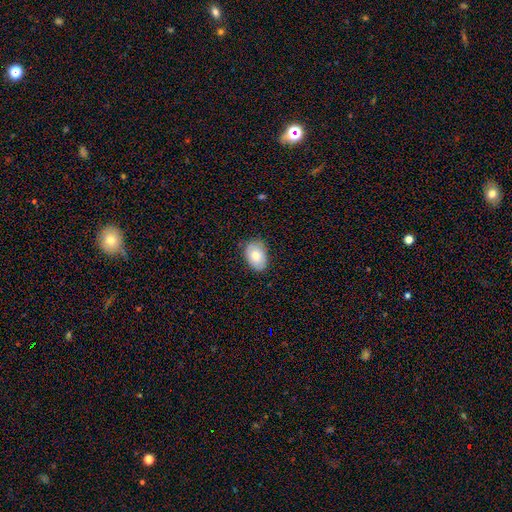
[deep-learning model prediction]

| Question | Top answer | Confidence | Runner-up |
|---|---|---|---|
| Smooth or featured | smooth | 79% | featured or disk (14%) |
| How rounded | in between | 82% | round (17%) |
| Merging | none | 81% | minor disturbance (16%) |